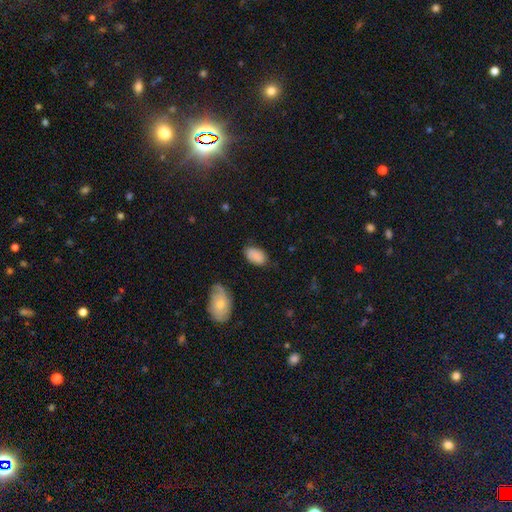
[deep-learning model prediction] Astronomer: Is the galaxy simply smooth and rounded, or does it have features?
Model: smooth — 81%.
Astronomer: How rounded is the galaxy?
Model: in between — 93%.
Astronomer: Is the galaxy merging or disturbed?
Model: none — 67%.